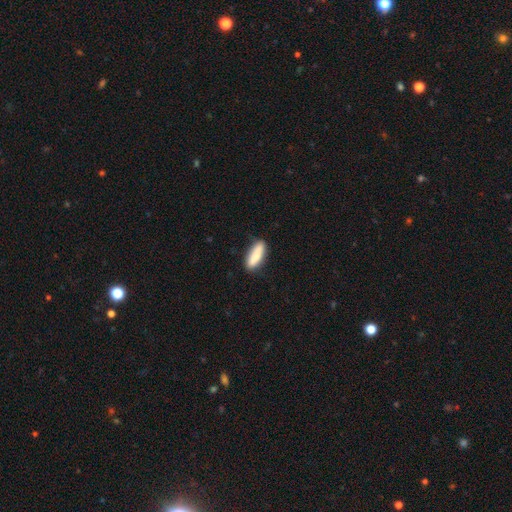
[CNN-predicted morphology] A smooth galaxy with no disk features (83%) that is in between round and cigar-shaped (52%).

Vote fractions:
- Smooth or featured? smooth: 83% / featured or disk: 11% / star or artifact: 6%
- How rounded? in between: 52% / cigar-shaped: 46% / round: 2%
- Merging? none: 83% / minor disturbance: 13% / major disturbance: 2% / merger: 2%